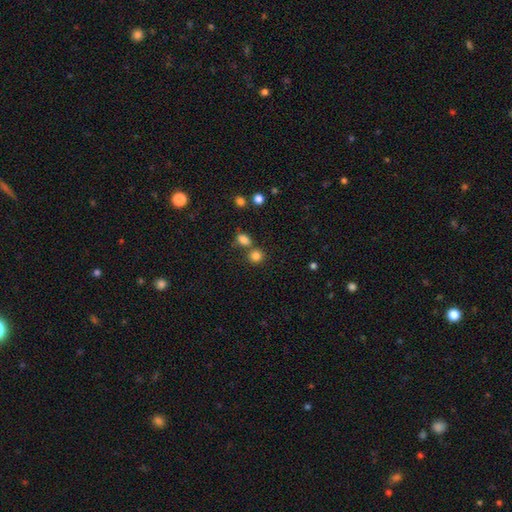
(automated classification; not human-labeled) A smooth galaxy with no disk features (82%) that is round (81%). Merging: none (65%).